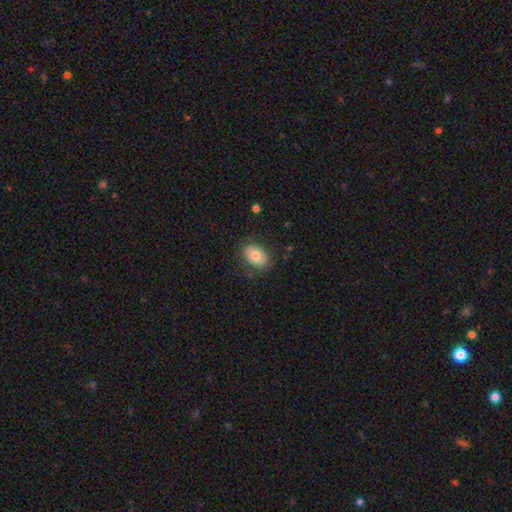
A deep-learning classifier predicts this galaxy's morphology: Smooth or featured: smooth — 77% (featured or disk — 15%)
How rounded: in between — 80% (round — 19%)
Merging: none — 79% (minor disturbance — 15%)